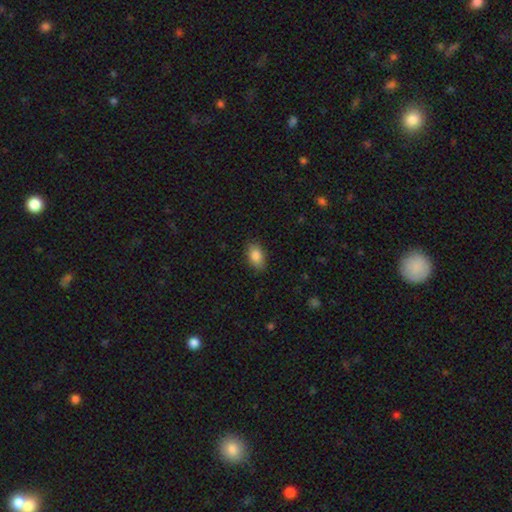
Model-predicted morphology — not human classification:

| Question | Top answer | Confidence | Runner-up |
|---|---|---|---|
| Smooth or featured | smooth | 87% | star or artifact (8%) |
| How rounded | in between | 91% | round (7%) |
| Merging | none | 86% | minor disturbance (10%) |